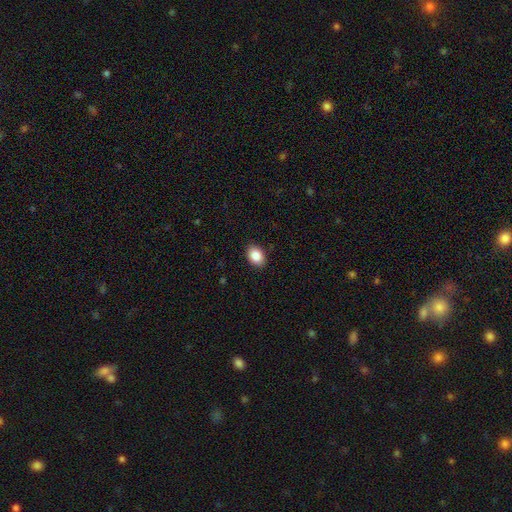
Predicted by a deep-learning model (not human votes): smooth 87%, star or artifact 8%, featured or disk 5%. Down the decision tree: how rounded — in between (78%); merging — none (89%).